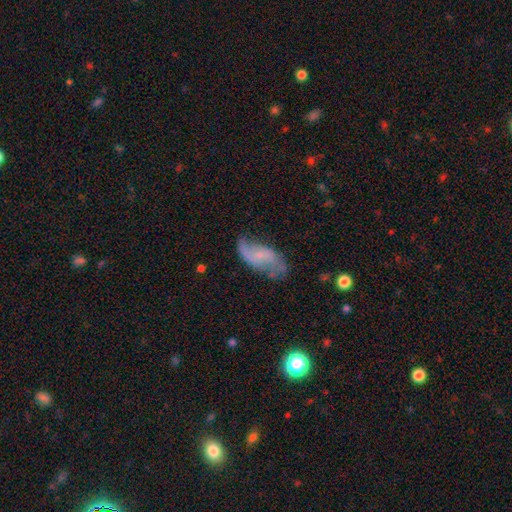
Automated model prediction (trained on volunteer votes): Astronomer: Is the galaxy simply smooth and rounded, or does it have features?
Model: featured or disk — 69%.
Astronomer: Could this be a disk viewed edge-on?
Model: no — 95%.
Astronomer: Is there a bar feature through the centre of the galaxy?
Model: no — 47% (runner-up: weak, 40%).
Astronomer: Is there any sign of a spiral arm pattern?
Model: yes — 87%.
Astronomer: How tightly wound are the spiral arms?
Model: loose — 72%.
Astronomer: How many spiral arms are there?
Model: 2 — 84%.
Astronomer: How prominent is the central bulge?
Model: small — 45% (runner-up: none, 41%).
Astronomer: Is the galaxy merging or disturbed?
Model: none — 56%.